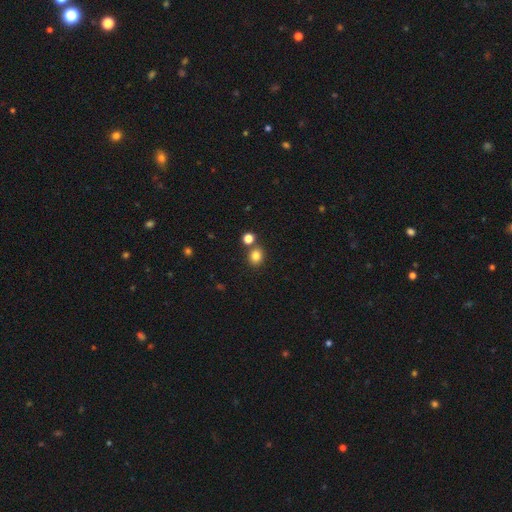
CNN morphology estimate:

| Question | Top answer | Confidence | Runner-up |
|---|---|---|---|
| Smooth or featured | smooth | 82% | star or artifact (13%) |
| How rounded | round | 65% | in between (35%) |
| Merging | none | 73% | merger (16%) |